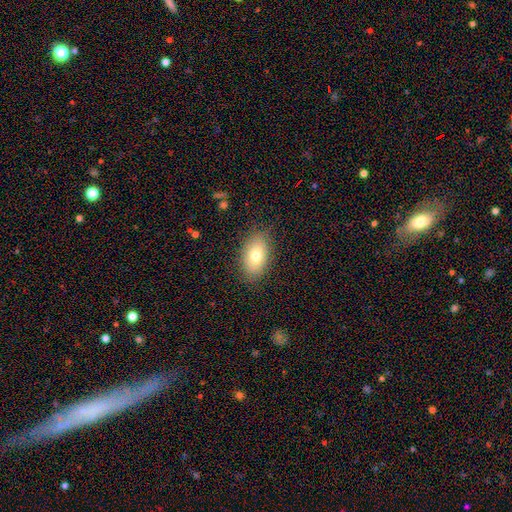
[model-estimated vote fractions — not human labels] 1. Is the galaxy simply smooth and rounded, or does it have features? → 76% smooth, 16% featured or disk, 9% star or artifact.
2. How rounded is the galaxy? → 90% in between, 8% round, 2% cigar-shaped.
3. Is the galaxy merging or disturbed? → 84% none, 12% minor disturbance, 3% major disturbance, 1% merger.